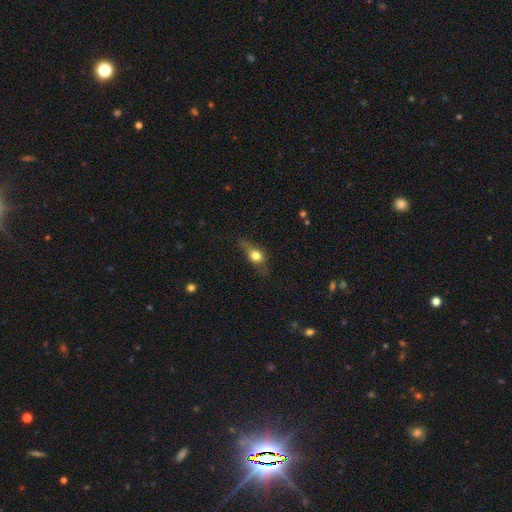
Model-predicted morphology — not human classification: Overall: smooth (60%; featured or disk 29%). How rounded: in between (47%; round 37%). Merging: none (50%; minor disturbance 29%).